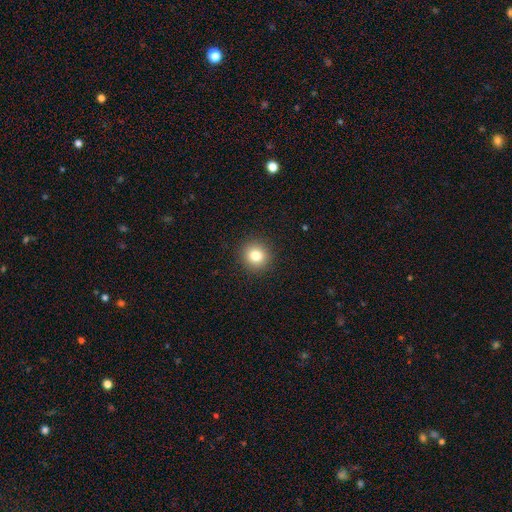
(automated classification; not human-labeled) smooth 81%, star or artifact 12%, featured or disk 7%. Down the decision tree: how rounded — round (92%); merging — none (92%).